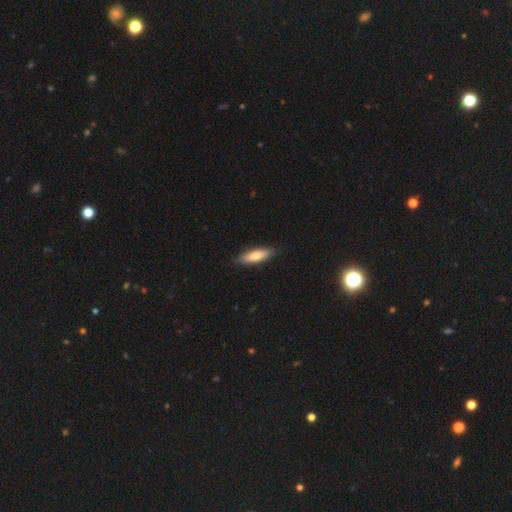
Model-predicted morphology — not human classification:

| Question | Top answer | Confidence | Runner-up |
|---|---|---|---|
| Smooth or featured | smooth | 74% | featured or disk (21%) |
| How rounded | cigar-shaped | 57% | in between (42%) |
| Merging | none | 88% | minor disturbance (9%) |